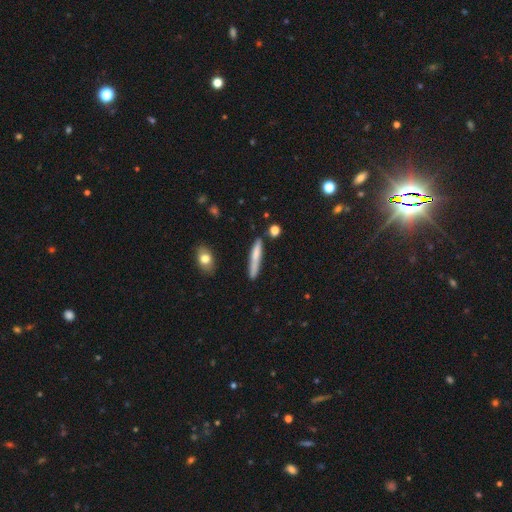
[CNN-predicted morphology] smooth 70%, featured or disk 24%, star or artifact 7%. Down the decision tree: how rounded — cigar-shaped (92%); merging — none (80%).